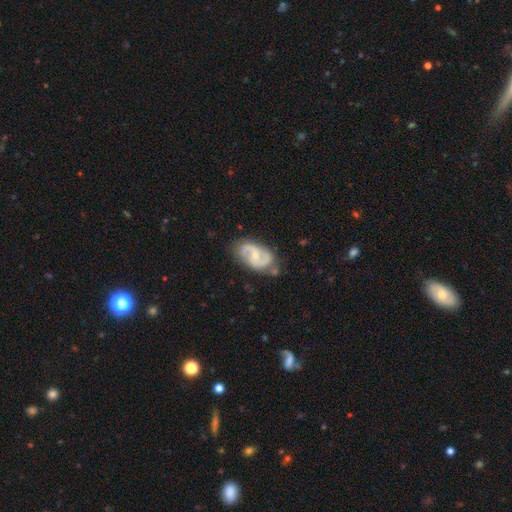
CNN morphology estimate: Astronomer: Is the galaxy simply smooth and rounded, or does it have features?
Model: featured or disk — 81%.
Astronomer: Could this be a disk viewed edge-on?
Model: no — 97%.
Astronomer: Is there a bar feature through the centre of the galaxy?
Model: no — 48% (runner-up: weak, 42%).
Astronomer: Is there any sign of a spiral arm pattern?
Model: yes — 94%.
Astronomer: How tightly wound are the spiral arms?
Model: medium — 53%.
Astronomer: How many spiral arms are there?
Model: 2 — 89%.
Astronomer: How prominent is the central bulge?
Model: small — 56% (runner-up: moderate, 39%).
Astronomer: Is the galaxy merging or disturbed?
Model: none — 70%.